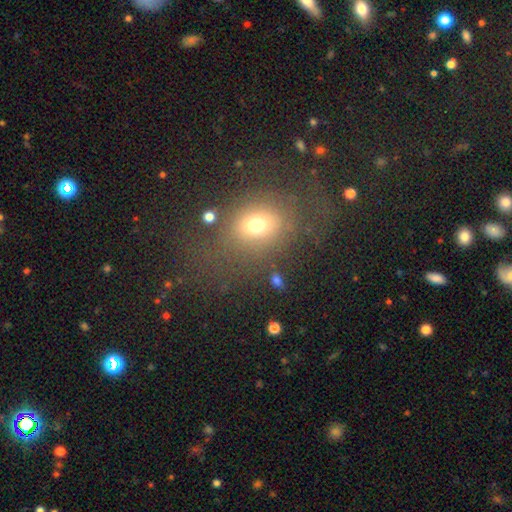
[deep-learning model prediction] A smooth galaxy with no disk features (61%) that is in between round and cigar-shaped (57%).

Vote fractions:
- Smooth or featured? smooth: 61% / star or artifact: 27% / featured or disk: 12%
- How rounded? in between: 57% / round: 40% / cigar-shaped: 2%
- Merging? none: 76% / minor disturbance: 13% / major disturbance: 7% / merger: 3%